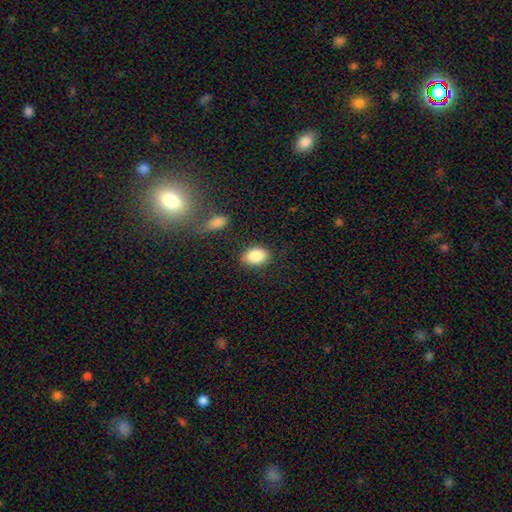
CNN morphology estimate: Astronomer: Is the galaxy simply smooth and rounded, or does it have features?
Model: smooth — 87%.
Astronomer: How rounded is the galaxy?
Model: in between — 80%.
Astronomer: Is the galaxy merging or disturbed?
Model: none — 80%.